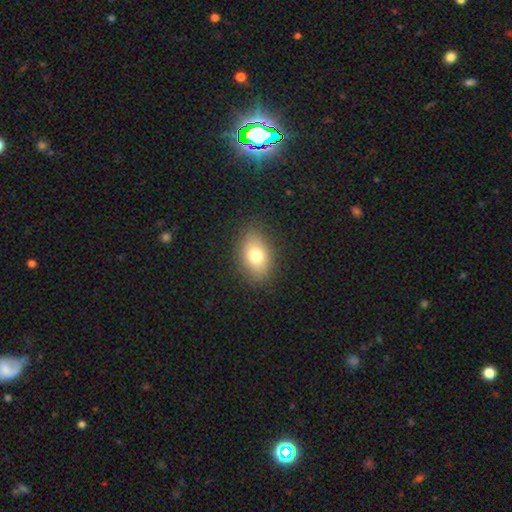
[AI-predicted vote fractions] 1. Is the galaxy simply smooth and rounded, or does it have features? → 76% smooth, 14% featured or disk, 10% star or artifact.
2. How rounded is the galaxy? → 83% in between, 15% round, 2% cigar-shaped.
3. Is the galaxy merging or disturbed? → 85% none, 10% minor disturbance, 3% major disturbance, 1% merger.